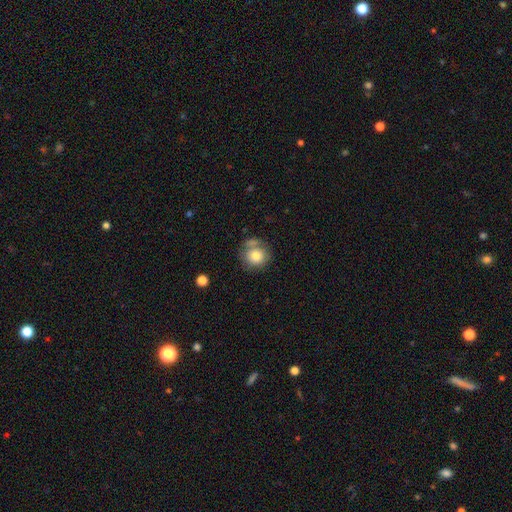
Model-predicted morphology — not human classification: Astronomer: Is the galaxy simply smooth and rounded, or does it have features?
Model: smooth — 78%.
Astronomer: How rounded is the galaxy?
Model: round — 87%.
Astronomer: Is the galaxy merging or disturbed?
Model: none — 59%.